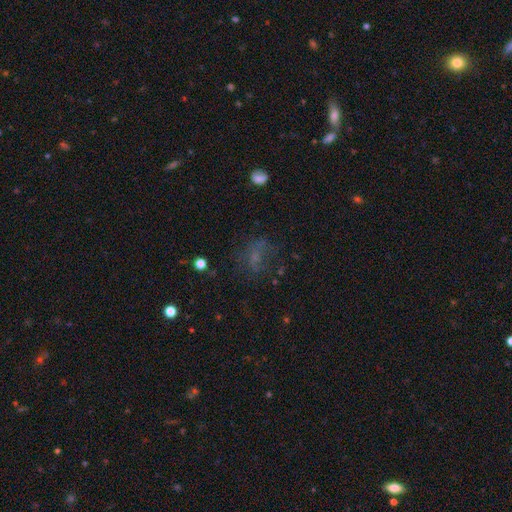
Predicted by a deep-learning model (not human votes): Smooth or featured? Predicted: smooth (p=0.43). Merging? Predicted: none (p=0.49).